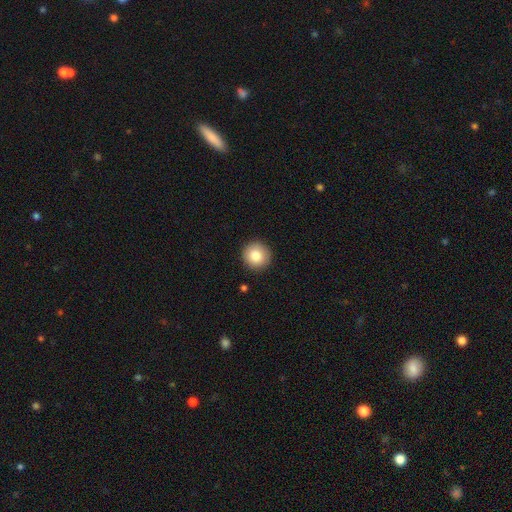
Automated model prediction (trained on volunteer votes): Morphology: type=smooth (83%); roundness=round (95%); merging=none (92%).